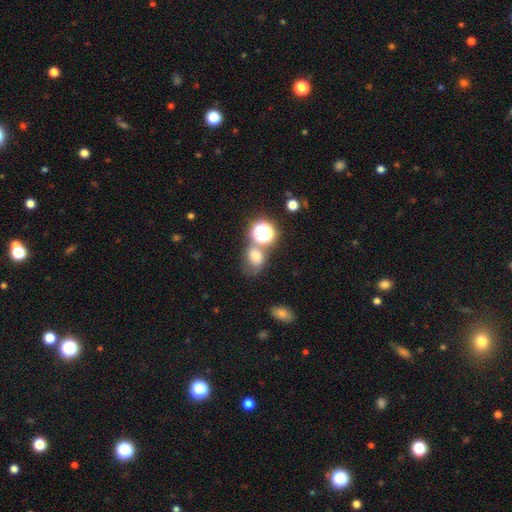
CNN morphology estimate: Smooth or featured? Predicted: smooth (p=0.64). How rounded? Predicted: in between (p=0.50). Merging? Predicted: none (p=0.42).